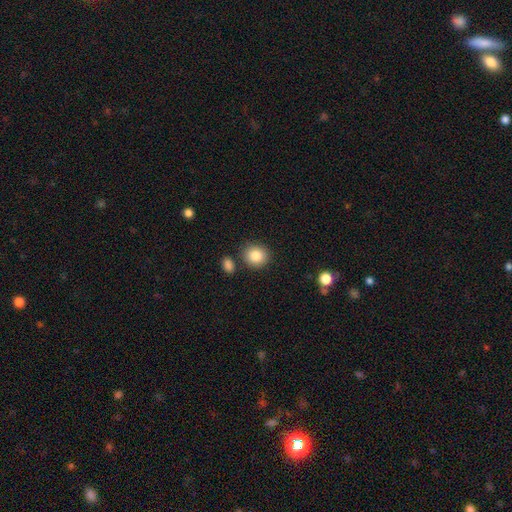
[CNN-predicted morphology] type=smooth (86%); roundness=round (81%); merging=none (81%).